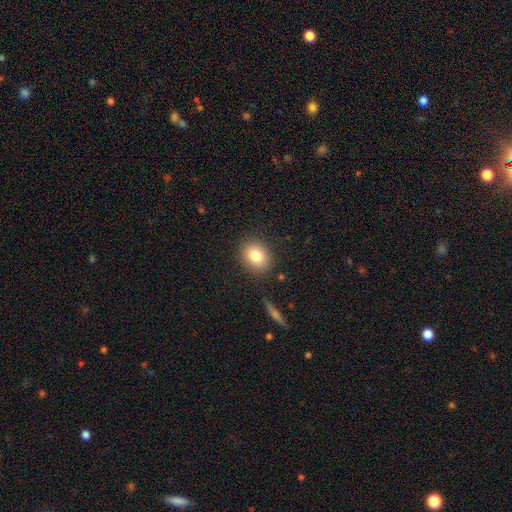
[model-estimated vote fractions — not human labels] A smooth galaxy with no disk features (80%) that is round (58%).

Vote fractions:
- Smooth or featured? smooth: 80% / star or artifact: 10% / featured or disk: 10%
- How rounded? round: 58% / in between: 41% / cigar-shaped: 1%
- Merging? none: 87% / minor disturbance: 9% / major disturbance: 3% / merger: 2%